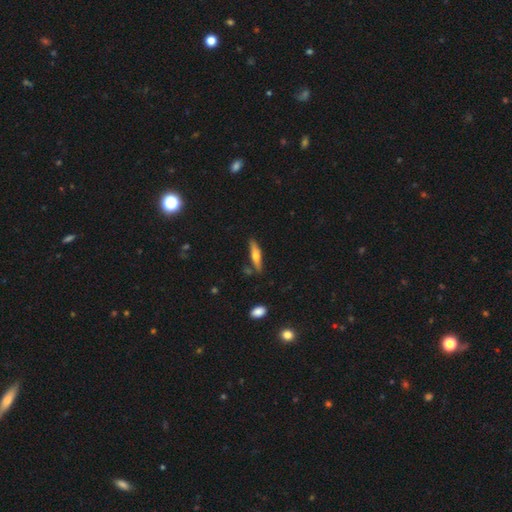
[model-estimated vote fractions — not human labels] This is possibly a featured or disk galaxy (47%, tied with smooth). Merging: clearly none (81%).